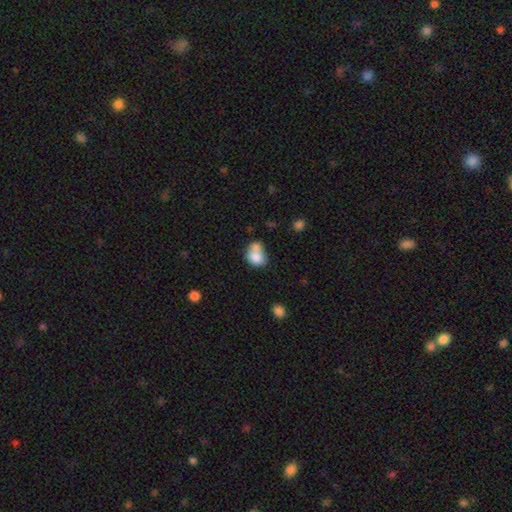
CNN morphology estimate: Smooth or featured? Predicted: smooth (p=0.77). How rounded? Predicted: in between (p=0.52). Merging? Predicted: merger (p=0.54).